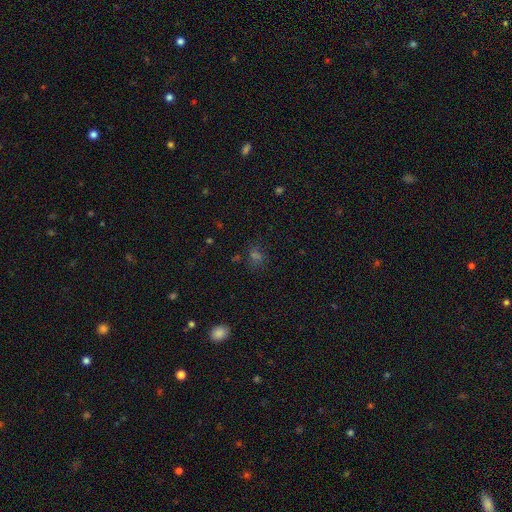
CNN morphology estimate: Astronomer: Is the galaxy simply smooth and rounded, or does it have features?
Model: smooth — 54% (runner-up: star or artifact, 37%).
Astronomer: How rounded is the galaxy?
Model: round — 54% (runner-up: in between, 44%).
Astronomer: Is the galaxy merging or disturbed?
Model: none — 69%.